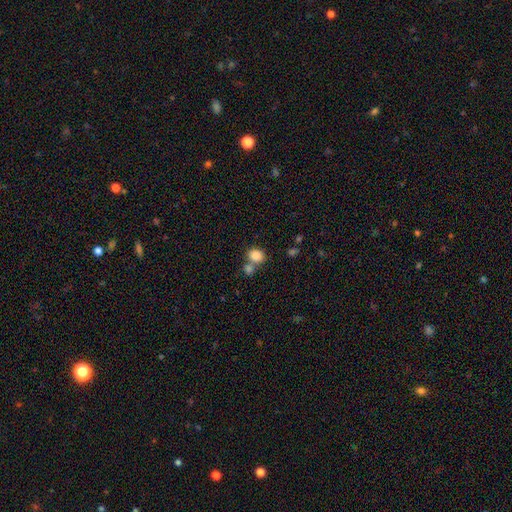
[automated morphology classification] Smooth or featured?
  - smooth: 85% *
  - star or artifact: 9%
  - featured or disk: 6%
How rounded?
  - in between: 52% *
  - round: 47%
  - cigar-shaped: 1%
Merging?
  - none: 49% *
  - merger: 36%
  - minor disturbance: 10%
  - major disturbance: 4%